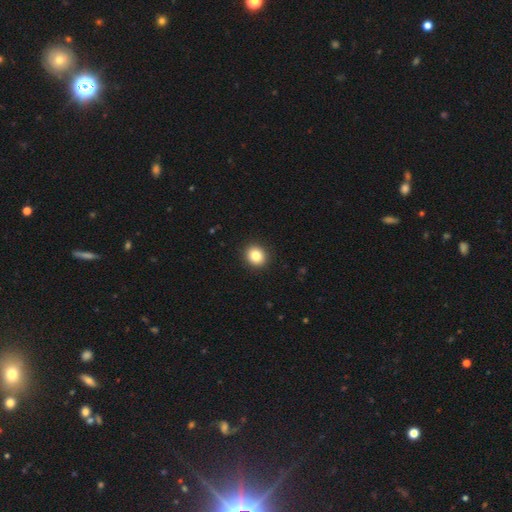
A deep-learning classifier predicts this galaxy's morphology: Smooth or featured? Predicted: smooth (p=0.84). How rounded? Predicted: round (p=0.78). Merging? Predicted: none (p=0.92).